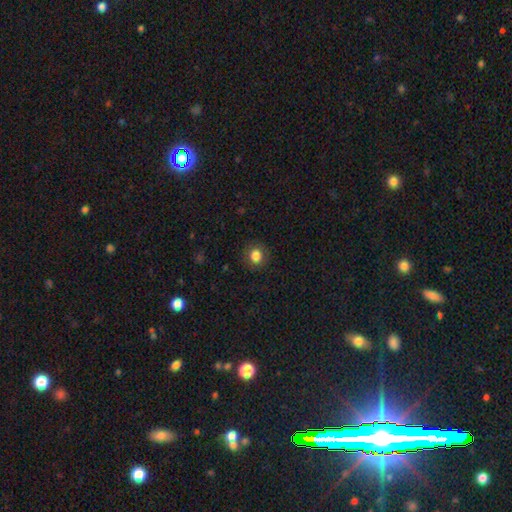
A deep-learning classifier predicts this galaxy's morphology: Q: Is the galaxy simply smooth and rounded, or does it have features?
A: smooth — 83%.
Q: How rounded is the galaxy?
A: round — 80%.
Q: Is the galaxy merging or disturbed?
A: none — 88%.